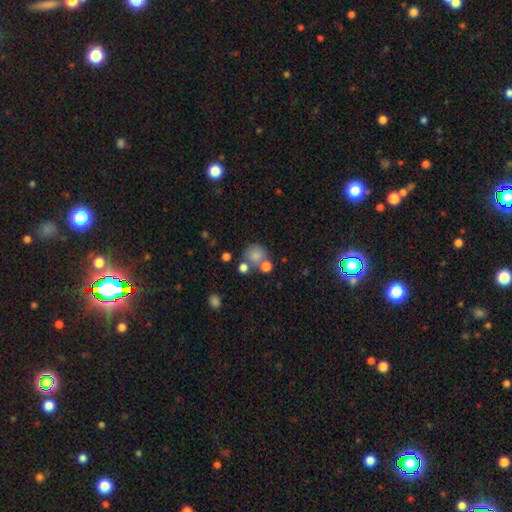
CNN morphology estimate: Q: Smooth or featured?
A: smooth (77%); runner-up: star or artifact (13%)
Q: How rounded?
A: round (84%); runner-up: in between (15%)
Q: Merging?
A: none (54%); runner-up: merger (27%)